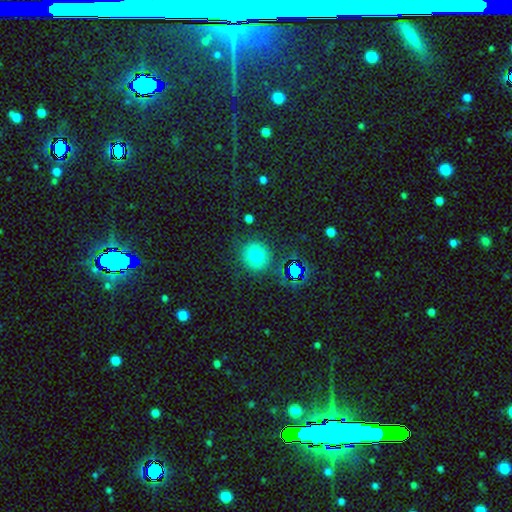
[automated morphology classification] A smooth galaxy with no disk features (71%) that is round (91%).

Vote fractions:
- Smooth or featured? smooth: 71% / star or artifact: 19% / featured or disk: 10%
- How rounded? round: 91% / in between: 8% / cigar-shaped: 1%
- Merging? none: 82% / minor disturbance: 10% / major disturbance: 5% / merger: 4%